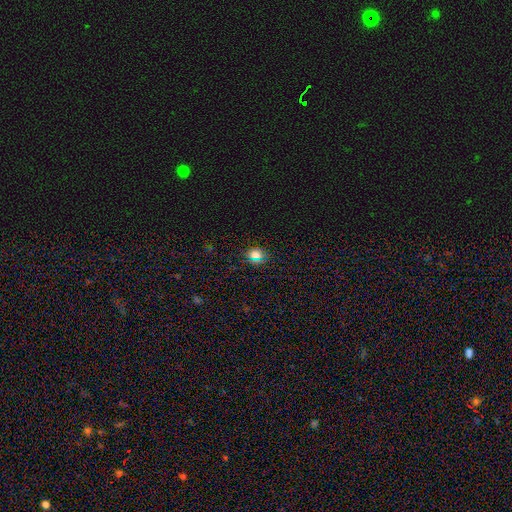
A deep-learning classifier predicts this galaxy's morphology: Q: Smooth or featured?
A: smooth (65%); runner-up: star or artifact (28%)
Q: How rounded?
A: round (68%); runner-up: in between (30%)
Q: Merging?
A: none (86%); runner-up: minor disturbance (9%)